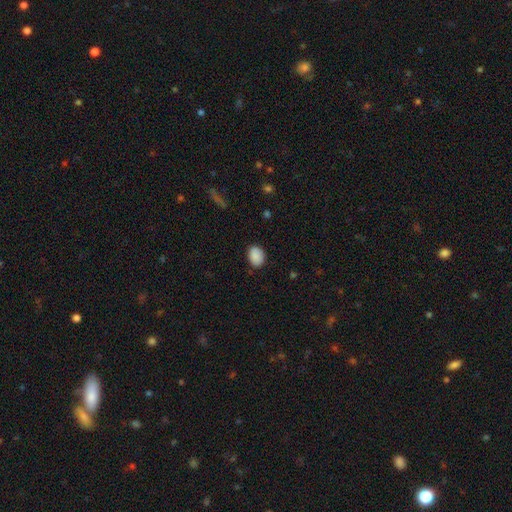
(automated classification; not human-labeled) smooth_or_featured: smooth (p=0.89) [alt: star or artifact p=0.08]
how_rounded: in between (p=0.74) [alt: round p=0.25]
merging: none (p=0.85) [alt: minor disturbance p=0.11]